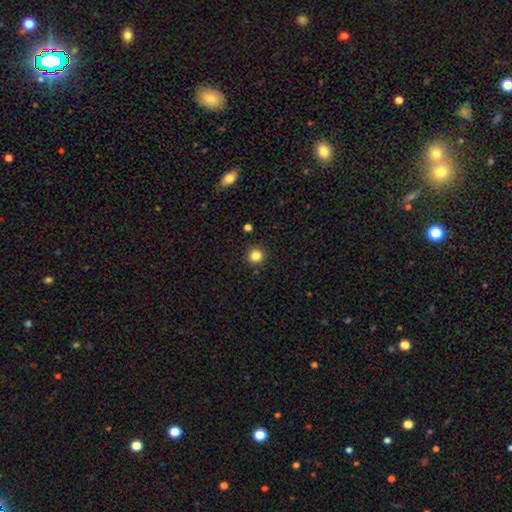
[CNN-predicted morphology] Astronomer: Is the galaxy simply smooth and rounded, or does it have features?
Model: smooth — 83%.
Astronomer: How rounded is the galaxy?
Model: round — 95%.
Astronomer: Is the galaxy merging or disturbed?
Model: none — 92%.